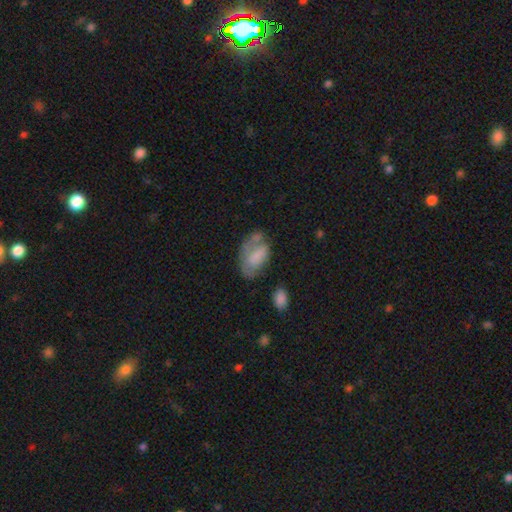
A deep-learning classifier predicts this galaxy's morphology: smooth 61%, featured or disk 31%, star or artifact 8%. Down the decision tree: how rounded — in between (91%); merging — none (37%).